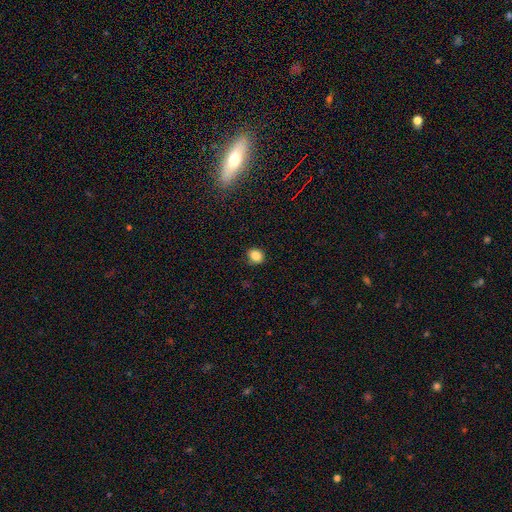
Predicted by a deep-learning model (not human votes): A smooth galaxy with no disk features (85%) that is round (67%). Merging: none (86%).